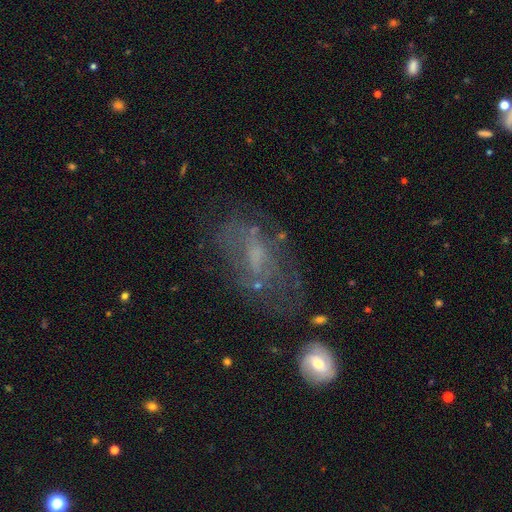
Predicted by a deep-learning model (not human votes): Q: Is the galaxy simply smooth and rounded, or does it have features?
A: featured or disk — 55%.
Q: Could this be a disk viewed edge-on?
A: no — 93%.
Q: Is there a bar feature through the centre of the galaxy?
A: no — 61%.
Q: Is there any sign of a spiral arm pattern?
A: no — 61%.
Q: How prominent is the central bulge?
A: small — 38%.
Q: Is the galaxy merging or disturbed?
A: none — 50%.